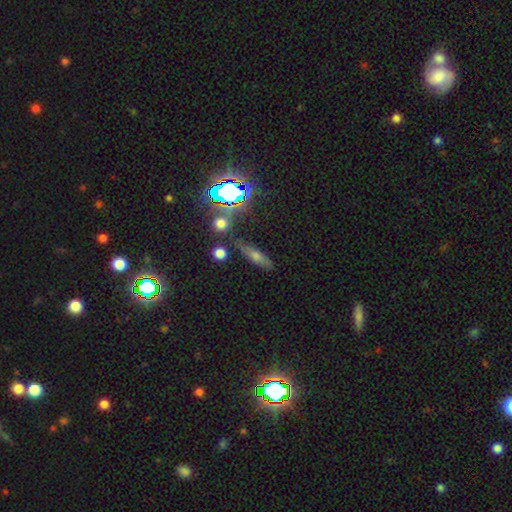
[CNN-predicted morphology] Smooth or featured: smooth — 46% (featured or disk — 29%)
Merging: none — 78% (minor disturbance — 13%)